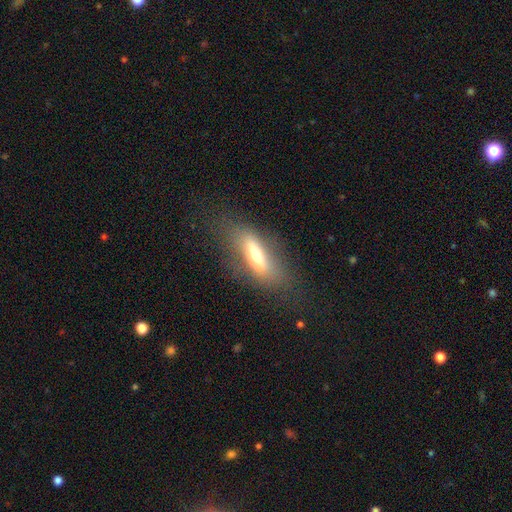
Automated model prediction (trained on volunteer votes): The model was most divided on "how rounded": in between: 53%, cigar-shaped: 43%, round: 4%. More confident: merging — none (71%); smooth or featured — smooth (54%).